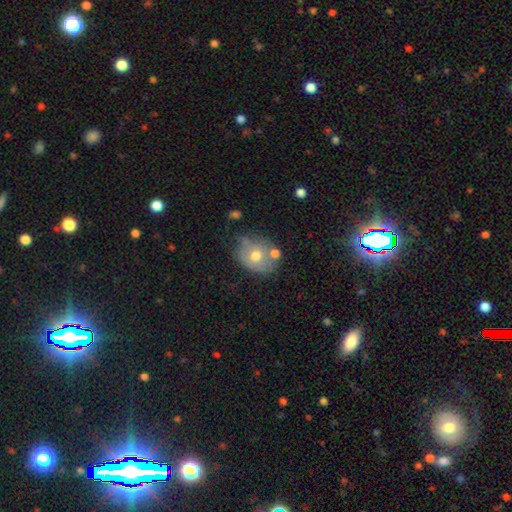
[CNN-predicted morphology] A smooth galaxy with no disk features (58%) that is round (57%).

Vote fractions:
- Smooth or featured? smooth: 58% / featured or disk: 33% / star or artifact: 9%
- How rounded? round: 57% / in between: 42% / cigar-shaped: 1%
- Merging? none: 47% / minor disturbance: 25% / merger: 18% / major disturbance: 10%